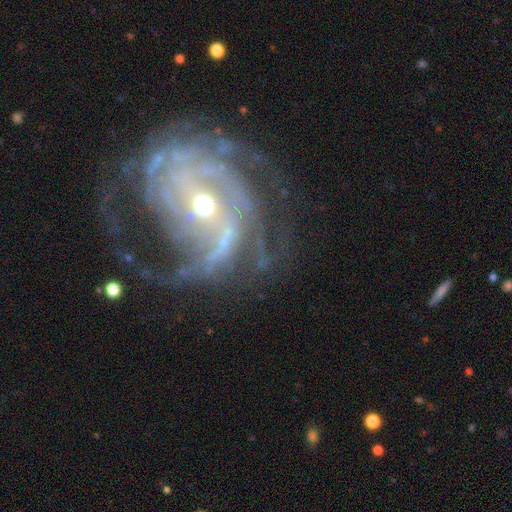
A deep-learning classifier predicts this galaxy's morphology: featured or disk 89%, star or artifact 7%, smooth 4%. Down the decision tree: edge-on disk — no (97%); bar — weak (35%); spiral arms — yes (96%); spiral arm count — 2 (26%); spiral winding — tight (47%); bulge size — moderate (48%); merging — none (53%).